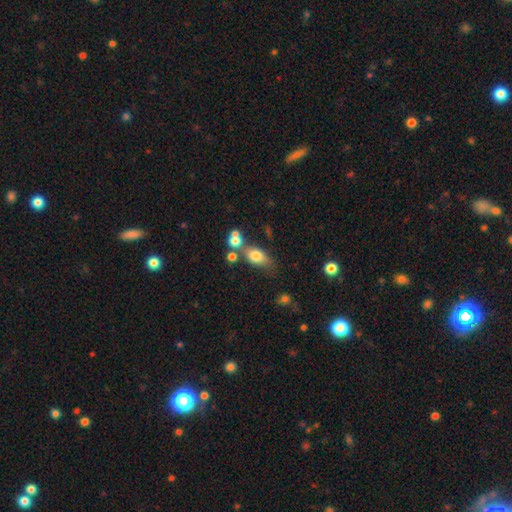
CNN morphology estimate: smooth-or-featured: smooth: 75% | featured or disk: 14% | star or artifact: 10%
  how-rounded: in between: 78% | round: 17% | cigar-shaped: 5%
  merging: none: 47% | merger: 30% | minor disturbance: 16% | major disturbance: 8%